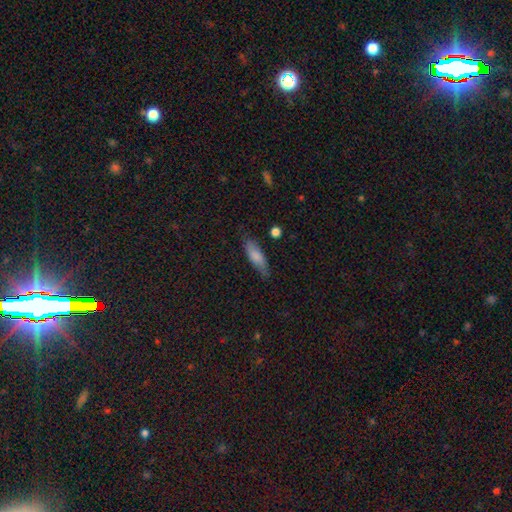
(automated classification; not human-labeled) smooth 77%, featured or disk 16%, star or artifact 7%. Down the decision tree: how rounded — in between (52%); merging — none (75%).